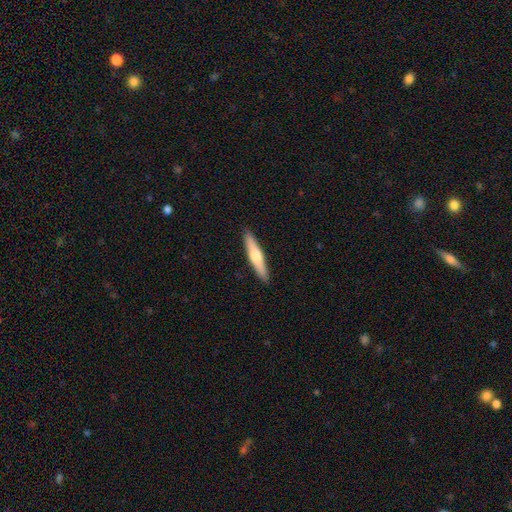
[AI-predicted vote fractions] A smooth galaxy with no disk features (51%) that is cigar-shaped (88%).

Vote fractions:
- Smooth or featured? smooth: 51% / featured or disk: 44% / star or artifact: 5%
- How rounded? cigar-shaped: 88% / in between: 11% / round: 2%
- Merging? none: 91% / minor disturbance: 7% / major disturbance: 1% / merger: 1%